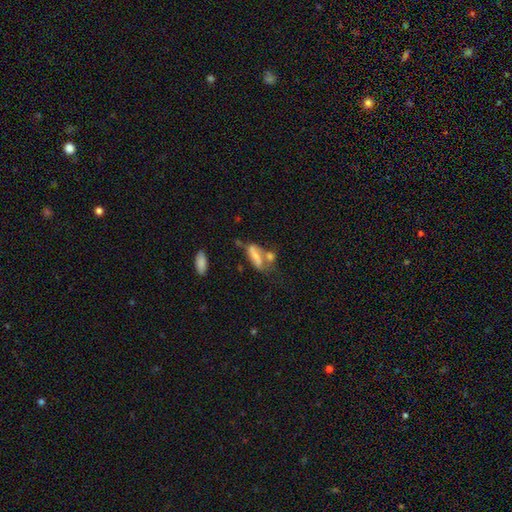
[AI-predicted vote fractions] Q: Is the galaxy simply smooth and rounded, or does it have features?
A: smooth — 62%.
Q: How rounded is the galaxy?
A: in between — 69%.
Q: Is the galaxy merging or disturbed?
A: merger — 43%.